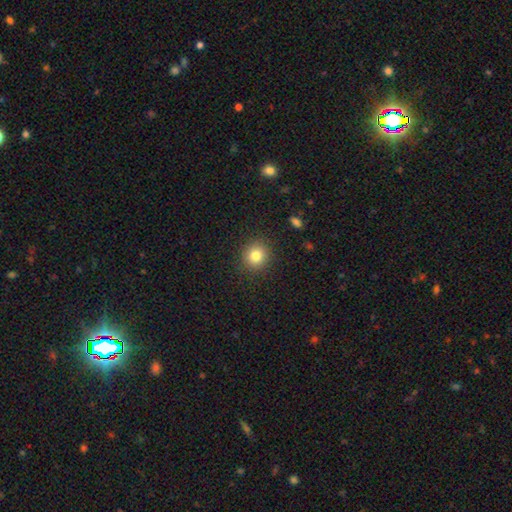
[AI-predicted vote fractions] A smooth galaxy with no disk features (82%) that is round (88%).

Vote fractions:
- Smooth or featured? smooth: 82% / star or artifact: 11% / featured or disk: 7%
- How rounded? round: 88% / in between: 11% / cigar-shaped: 1%
- Merging? none: 90% / minor disturbance: 6% / major disturbance: 2% / merger: 1%